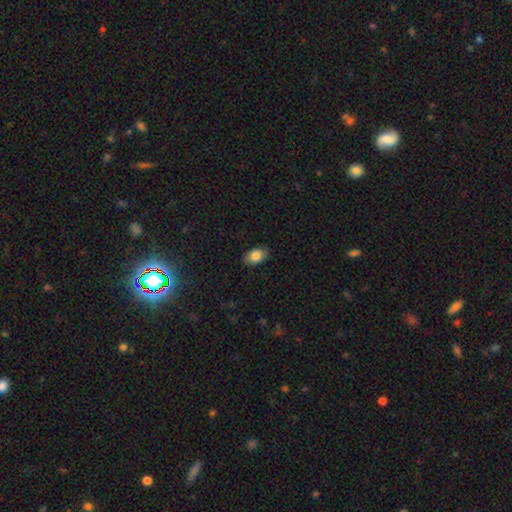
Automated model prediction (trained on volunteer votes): smooth_or_featured: smooth (p=0.84) [alt: featured or disk p=0.09]
how_rounded: in between (p=0.90) [alt: round p=0.09]
merging: none (p=0.87) [alt: minor disturbance p=0.10]